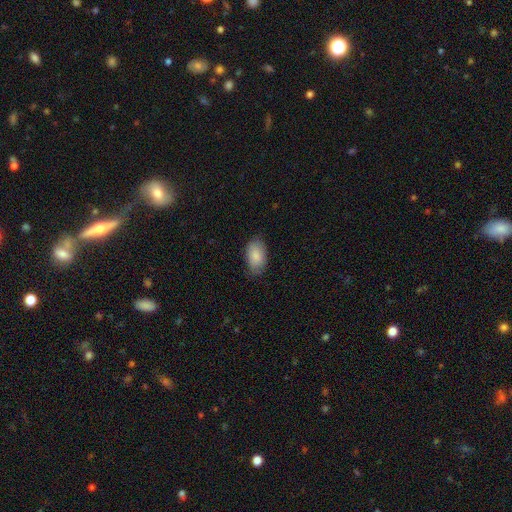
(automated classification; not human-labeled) smooth_or_featured: smooth (p=0.87) [alt: featured or disk p=0.07]
how_rounded: in between (p=0.94) [alt: round p=0.05]
merging: none (p=0.79) [alt: minor disturbance p=0.17]